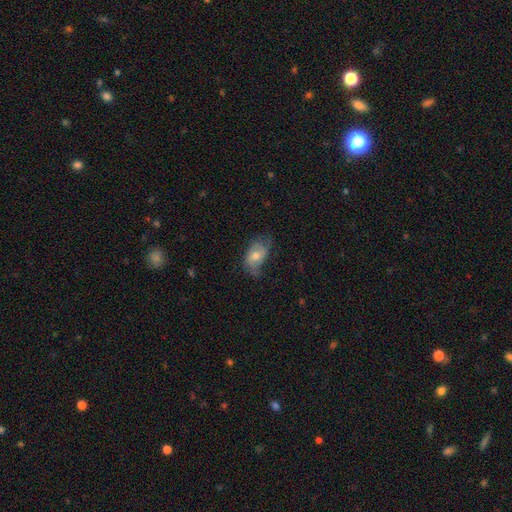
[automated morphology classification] type=featured or disk (50%); merging=none (52%).